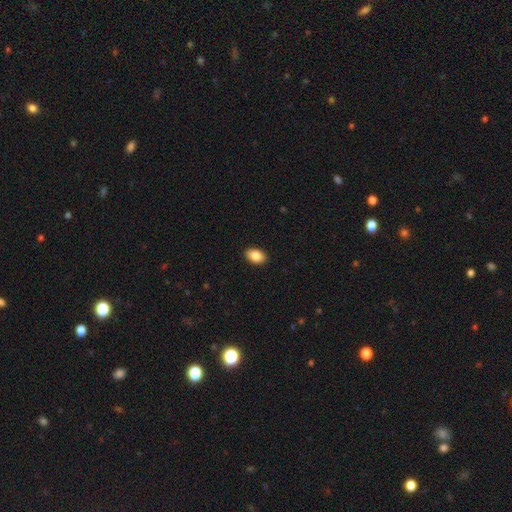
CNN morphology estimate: smooth-or-featured: smooth: 86% | star or artifact: 7% | featured or disk: 7%
  how-rounded: in between: 91% | round: 8% | cigar-shaped: 1%
  merging: none: 90% | minor disturbance: 7% | major disturbance: 2% | merger: 1%